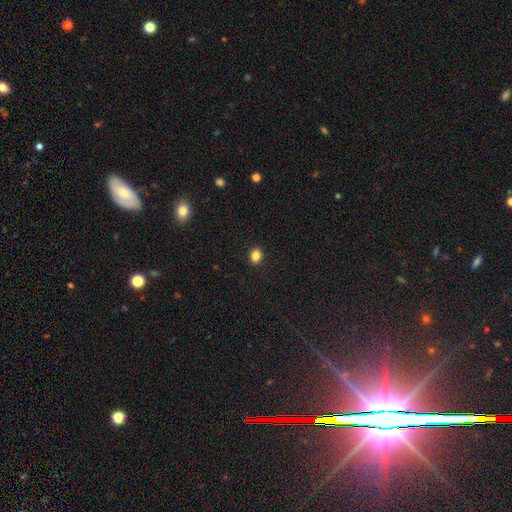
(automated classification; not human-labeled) The model was most divided on "how rounded": in between: 56%, round: 43%, cigar-shaped: 1%. More confident: merging — none (91%); smooth or featured — smooth (85%).